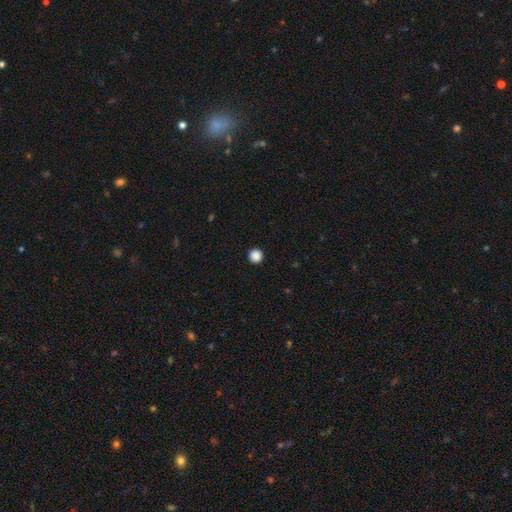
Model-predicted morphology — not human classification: Overall: smooth (88%). How rounded: round (96%). Merging: none (94%).